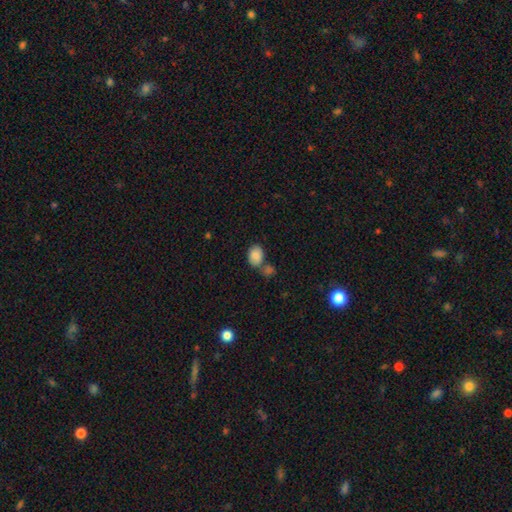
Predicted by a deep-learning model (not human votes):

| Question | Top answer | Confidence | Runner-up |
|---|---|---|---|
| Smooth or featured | smooth | 85% | star or artifact (8%) |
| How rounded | in between | 74% | round (25%) |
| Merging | none | 48% | merger (32%) |